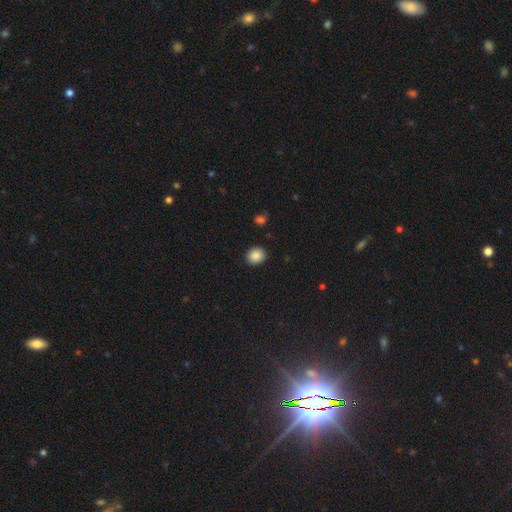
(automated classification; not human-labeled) Smooth or featured? smooth (88%)
How rounded? round (74%)
Merging? none (91%)